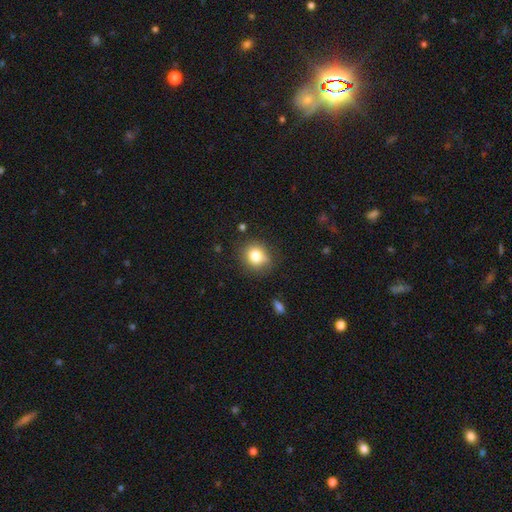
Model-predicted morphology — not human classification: smooth-or-featured: smooth: 80% | star or artifact: 11% | featured or disk: 9%
  how-rounded: round: 77% | in between: 22% | cigar-shaped: 1%
  merging: none: 78% | minor disturbance: 16% | major disturbance: 4% | merger: 2%